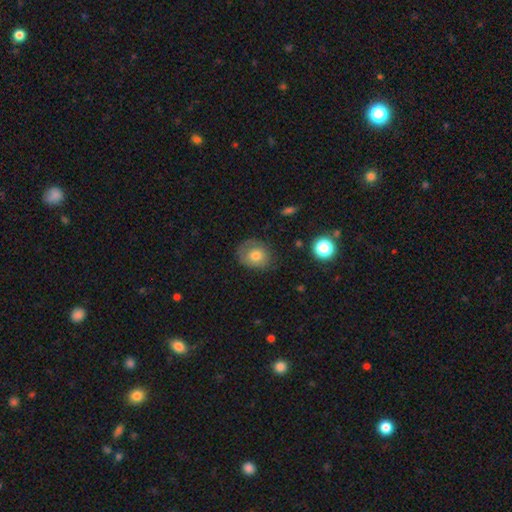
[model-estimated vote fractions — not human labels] Smooth or featured?
  - smooth: 70% *
  - featured or disk: 20%
  - star or artifact: 10%
How rounded?
  - round: 63% *
  - in between: 36%
  - cigar-shaped: 1%
Merging?
  - none: 68% *
  - minor disturbance: 22%
  - major disturbance: 9%
  - merger: 1%